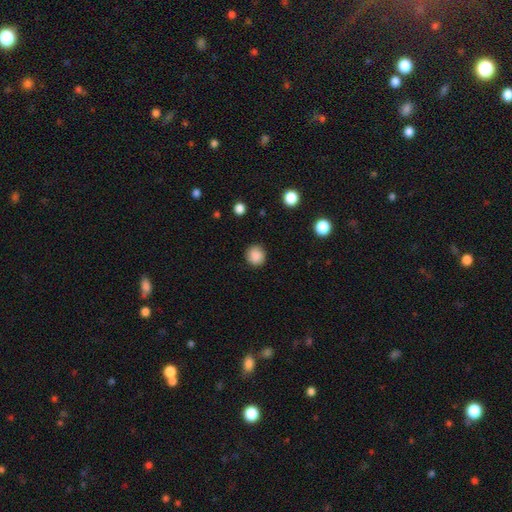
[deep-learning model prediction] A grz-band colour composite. It shows a smooth galaxy with no disk features (87%) that is round (91%). Merging: none (88%).